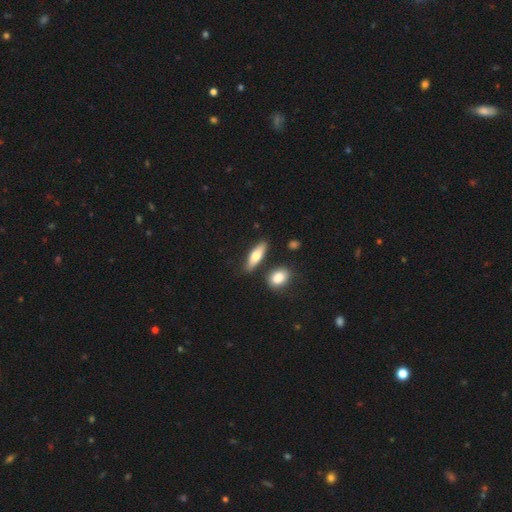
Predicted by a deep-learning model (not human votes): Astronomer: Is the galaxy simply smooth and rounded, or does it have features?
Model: smooth — 65%.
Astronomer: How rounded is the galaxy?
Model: in between — 48%, tied with cigar-shaped at 48%.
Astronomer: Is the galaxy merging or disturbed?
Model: none — 78%.